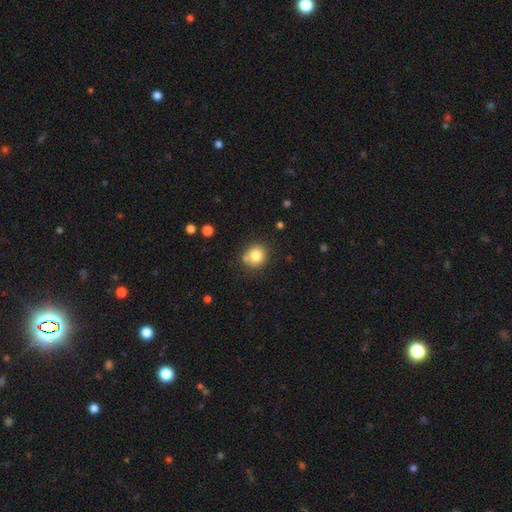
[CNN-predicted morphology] A smooth galaxy with no disk features (81%) that is round (82%).

Vote fractions:
- Smooth or featured? smooth: 81% / star or artifact: 11% / featured or disk: 8%
- How rounded? round: 82% / in between: 17% / cigar-shaped: 1%
- Merging? none: 72% / minor disturbance: 16% / merger: 9% / major disturbance: 4%